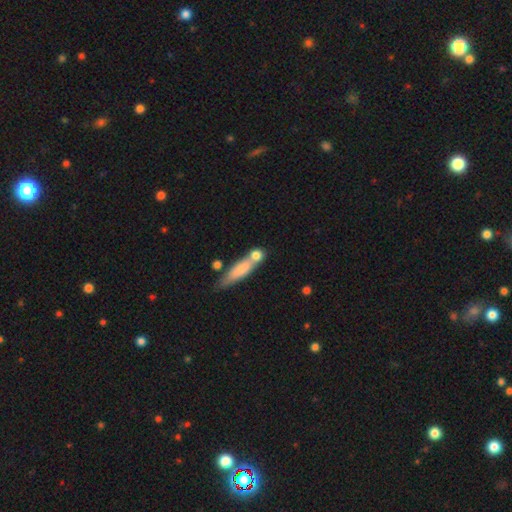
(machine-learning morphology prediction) smooth 74%, featured or disk 18%, star or artifact 8%. Down the decision tree: how rounded — cigar-shaped (39%); merging — none (48%).